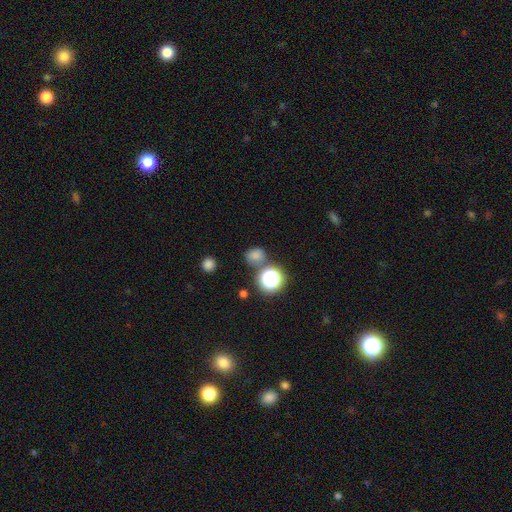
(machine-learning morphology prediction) Smooth or featured? Predicted: smooth (p=0.72). How rounded? Predicted: round (p=0.69). Merging? Predicted: none (p=0.69).